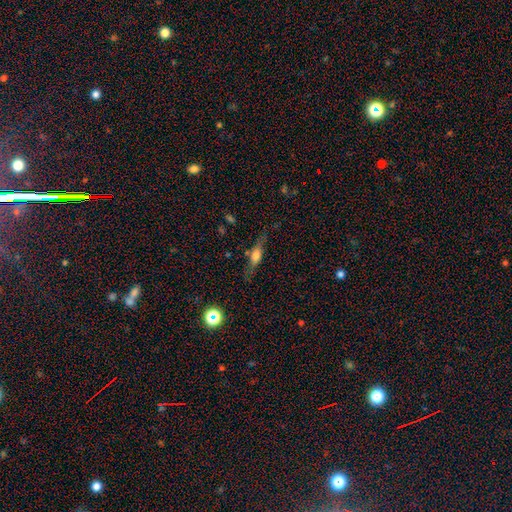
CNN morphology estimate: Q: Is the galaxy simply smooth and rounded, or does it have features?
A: smooth — 49%.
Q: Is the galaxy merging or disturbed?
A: none — 73%.